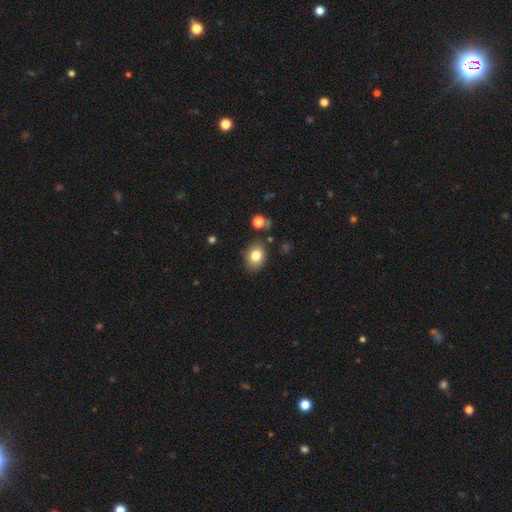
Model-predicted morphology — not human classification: A smooth galaxy with no disk features (82%) that is in between round and cigar-shaped (63%).

Vote fractions:
- Smooth or featured? smooth: 82% / featured or disk: 9% / star or artifact: 9%
- How rounded? in between: 63% / round: 36% / cigar-shaped: 1%
- Merging? none: 81% / minor disturbance: 12% / merger: 4% / major disturbance: 3%